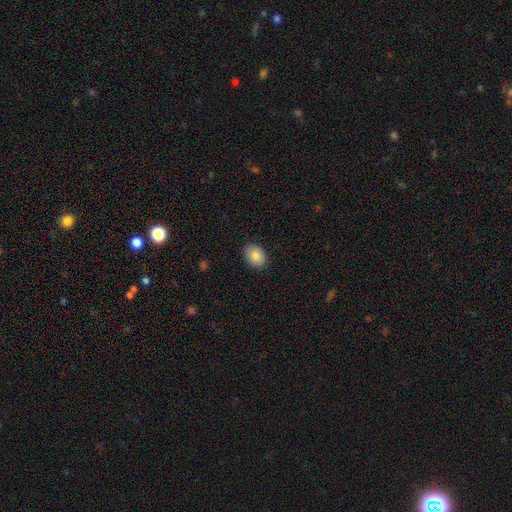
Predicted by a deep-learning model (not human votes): A smooth galaxy with no disk features (83%) that is in between round and cigar-shaped (71%). Merging: none (89%).